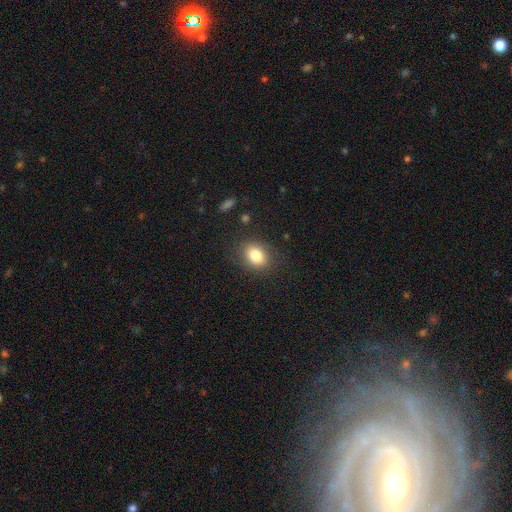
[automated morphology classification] smooth-or-featured: smooth: 82% | star or artifact: 9% | featured or disk: 9%
  how-rounded: in between: 61% | round: 38% | cigar-shaped: 1%
  merging: none: 84% | minor disturbance: 11% | major disturbance: 4% | merger: 1%